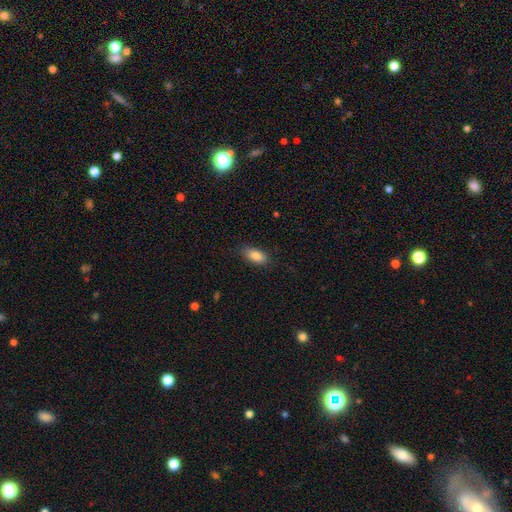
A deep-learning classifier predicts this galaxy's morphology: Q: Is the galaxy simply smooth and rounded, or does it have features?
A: smooth — 86%.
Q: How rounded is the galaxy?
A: in between — 89%.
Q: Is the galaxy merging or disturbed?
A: none — 83%.